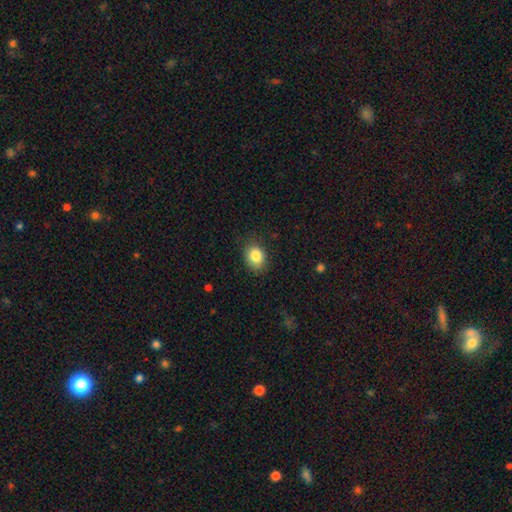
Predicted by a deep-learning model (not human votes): The model was most divided on "how rounded": in between: 53%, round: 46%, cigar-shaped: 1%. More confident: smooth or featured — smooth (84%); merging — none (83%).